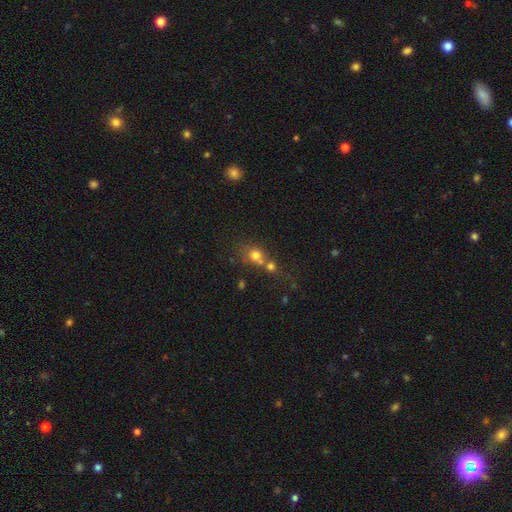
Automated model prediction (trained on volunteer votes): Overall: smooth (70%). How rounded: round (77%). Merging: merger (51%; none 36%).